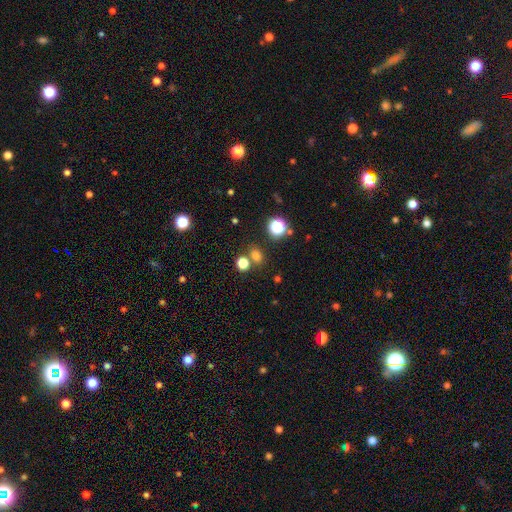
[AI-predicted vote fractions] Morphology: type=smooth (70%); roundness=round (60%); merging=none (71%).